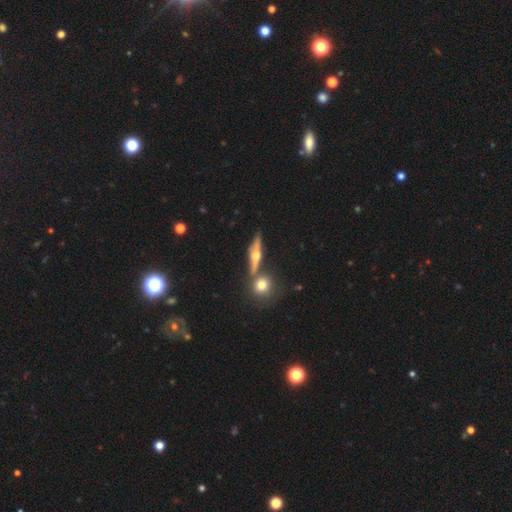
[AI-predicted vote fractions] A featured or disk galaxy (74%) viewed edge-on (95%) with a rounded central bulge (95%). Merging: none (76%).